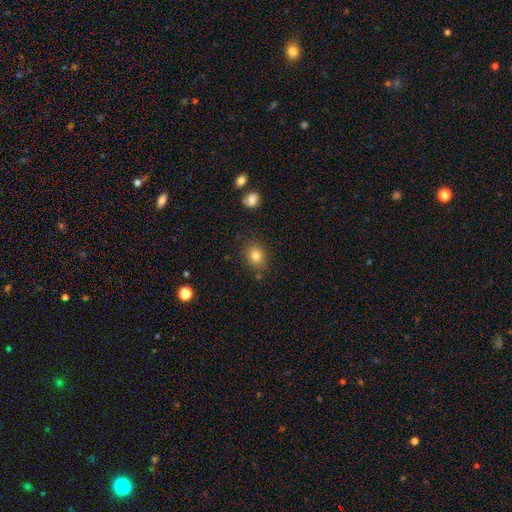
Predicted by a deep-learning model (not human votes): The model was most divided on "how rounded": round: 60%, in between: 39%, cigar-shaped: 1%. More confident: smooth or featured — smooth (82%); merging — none (82%).